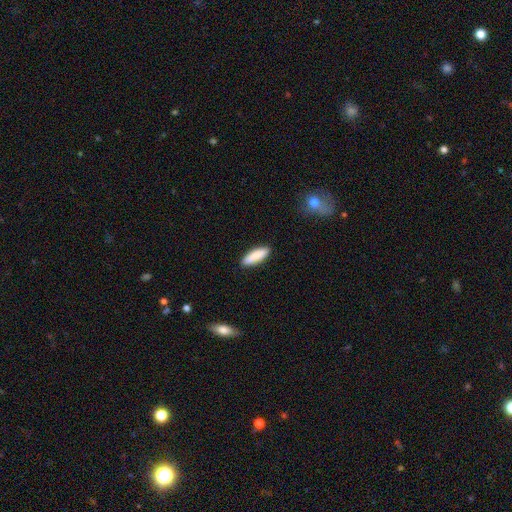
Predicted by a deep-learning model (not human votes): Q: Smooth or featured?
A: smooth (88%); runner-up: featured or disk (6%)
Q: How rounded?
A: cigar-shaped (49%); tied with: in between (49%)
Q: Merging?
A: none (89%); runner-up: minor disturbance (8%)